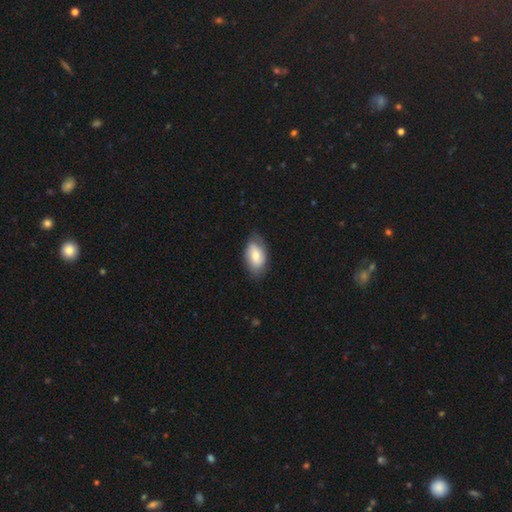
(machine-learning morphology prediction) Smooth or featured: smooth — 67% (featured or disk — 27%)
How rounded: in between — 92% (round — 6%)
Merging: none — 74% (minor disturbance — 21%)